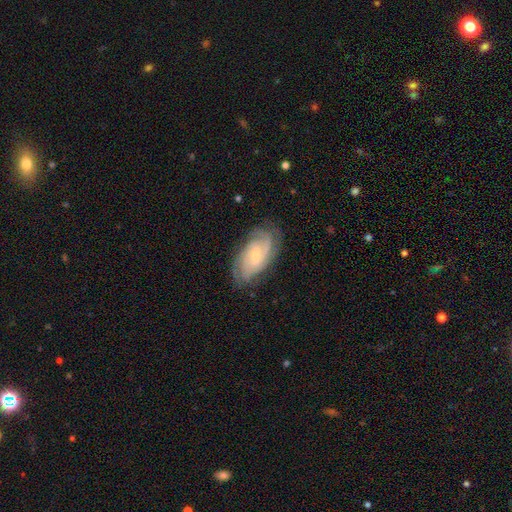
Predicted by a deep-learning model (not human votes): smooth-or-featured: featured or disk: 86% | smooth: 9% | star or artifact: 5%
  disk-edge-on: no: 96% | yes: 4%
    bar: no: 47% | weak: 42% | strong: 11%
    has-spiral-arms: yes: 97% | no: 3%
      spiral-winding: tight: 66% | medium: 29% | loose: 5%
      spiral-arm-count: 3: 27% | 2: 24% | can't tell: 21% | 4: 16% | more than 4: 6% | 1: 5%
    bulge-size: small: 74% | moderate: 21% | none: 3% | large: 1% | dominant: 1%
  merging: none: 80% | minor disturbance: 15% | major disturbance: 4% | merger: 1%